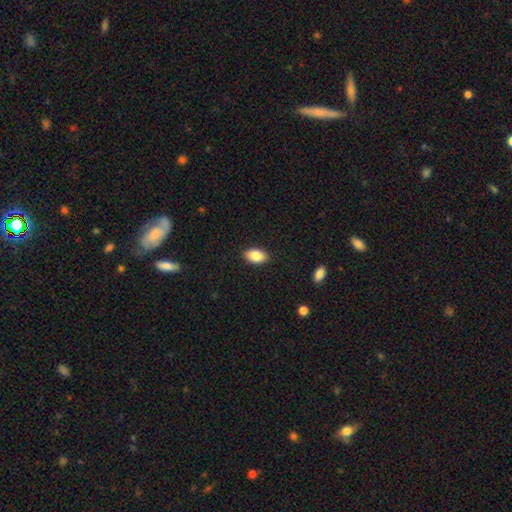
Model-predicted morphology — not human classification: The model was most divided on "smooth or featured": smooth: 85%, star or artifact: 8%, featured or disk: 7%. More confident: how rounded — in between (91%); merging — none (89%).